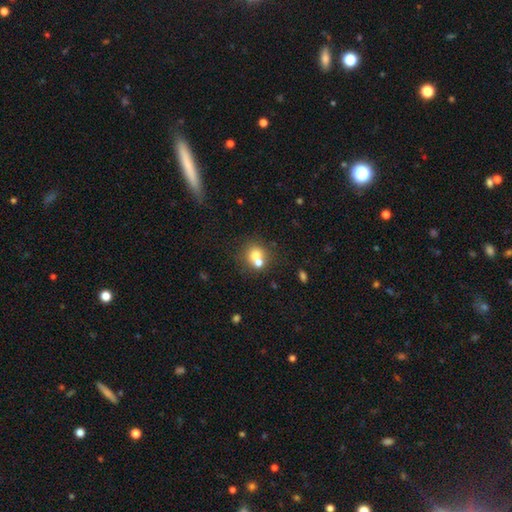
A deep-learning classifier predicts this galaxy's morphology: A smooth galaxy with no disk features (68%) that is round (81%). Merging: merger (48%).